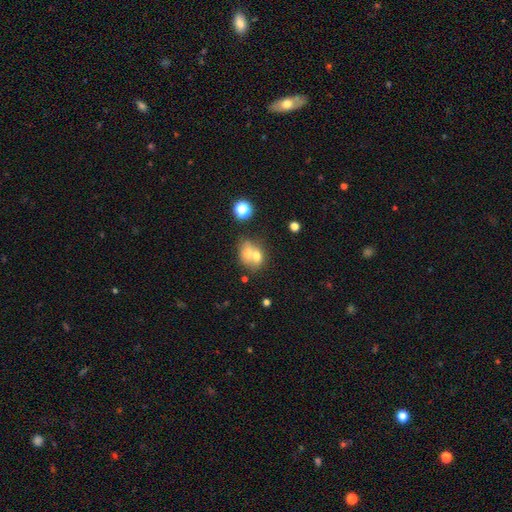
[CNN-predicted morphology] Q: Smooth or featured?
A: smooth (63%); runner-up: featured or disk (25%)
Q: How rounded?
A: in between (50%); runner-up: round (48%)
Q: Merging?
A: merger (65%); runner-up: none (24%)